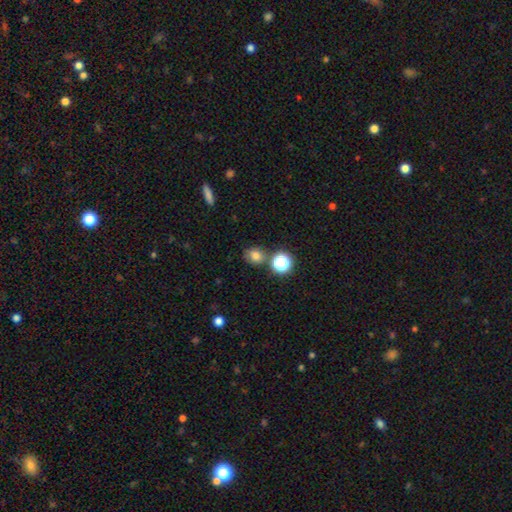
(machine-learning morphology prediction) smooth-or-featured: smooth: 73% | star or artifact: 18% | featured or disk: 9%
  how-rounded: round: 70% | in between: 29% | cigar-shaped: 1%
  merging: none: 71% | minor disturbance: 13% | merger: 12% | major disturbance: 4%